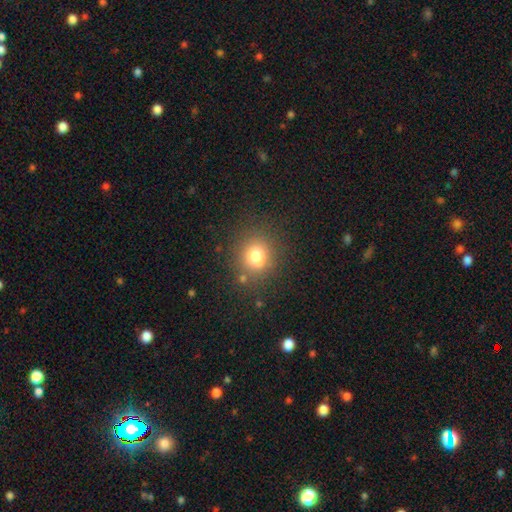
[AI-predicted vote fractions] Smooth or featured: smooth — 71% (featured or disk — 15%)
How rounded: round — 80% (in between — 19%)
Merging: none — 59% (merger — 23%)